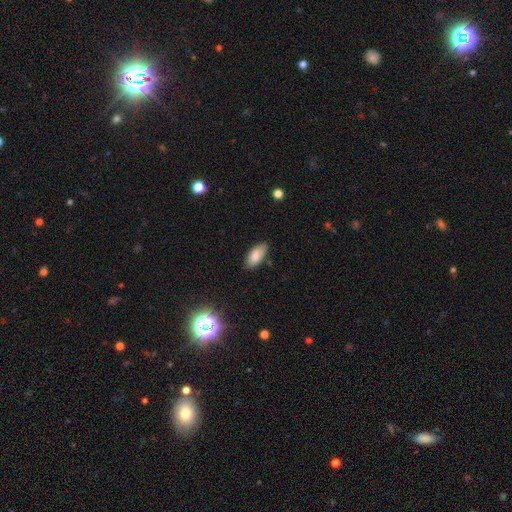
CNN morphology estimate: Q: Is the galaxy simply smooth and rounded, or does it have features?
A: smooth — 83%.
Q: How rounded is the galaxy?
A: in between — 91%.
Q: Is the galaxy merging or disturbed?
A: none — 82%.